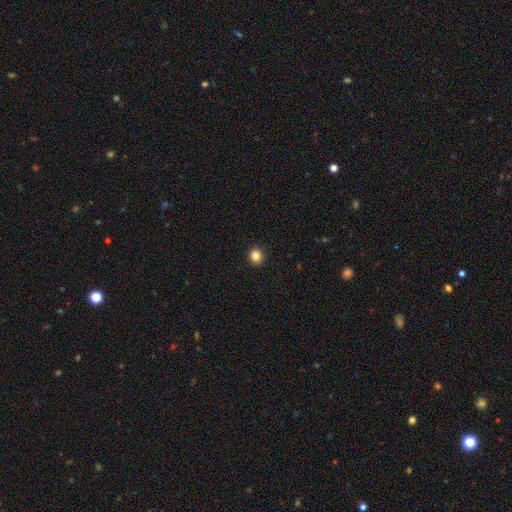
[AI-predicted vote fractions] A smooth galaxy with no disk features (85%) that is round (87%).

Vote fractions:
- Smooth or featured? smooth: 85% / star or artifact: 11% / featured or disk: 4%
- How rounded? round: 87% / in between: 12% / cigar-shaped: 1%
- Merging? none: 93% / minor disturbance: 5% / major disturbance: 1% / merger: 1%